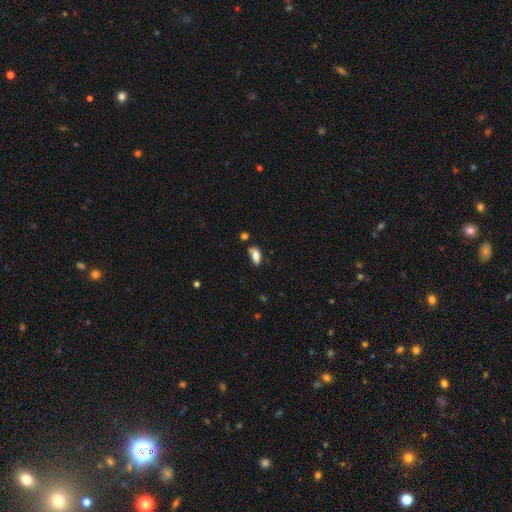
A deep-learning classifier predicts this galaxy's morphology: smooth_or_featured: smooth (p=0.83) [alt: featured or disk p=0.09]
how_rounded: in between (p=0.88) [alt: cigar-shaped p=0.08]
merging: none (p=0.52) [alt: minor disturbance p=0.29]